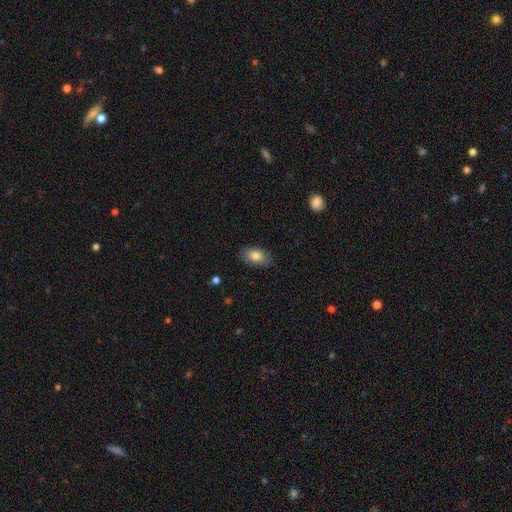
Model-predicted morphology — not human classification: The model was most divided on "merging": none: 83%, minor disturbance: 14%, major disturbance: 3%, merger: 1%. More confident: how rounded — in between (90%); smooth or featured — smooth (82%).